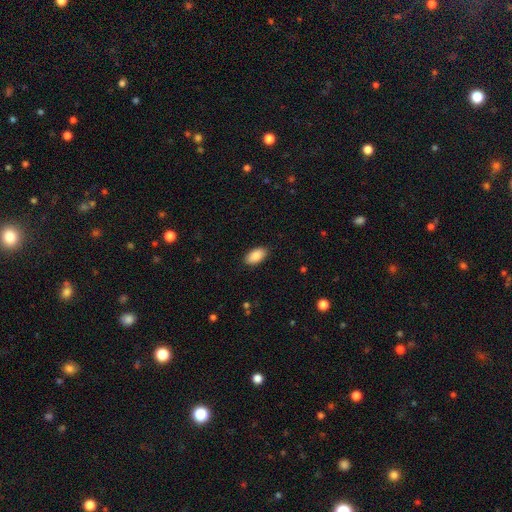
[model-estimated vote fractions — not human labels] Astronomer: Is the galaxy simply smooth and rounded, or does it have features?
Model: smooth — 90%.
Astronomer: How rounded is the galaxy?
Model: in between — 95%.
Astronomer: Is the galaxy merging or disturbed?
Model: none — 88%.